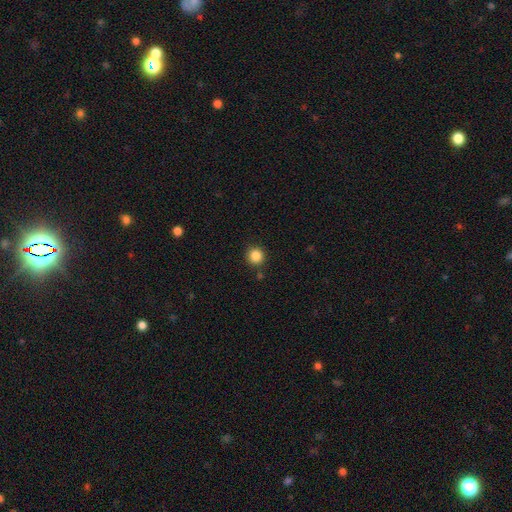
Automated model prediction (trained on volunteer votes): Morphology: type=smooth (86%); roundness=round (93%); merging=none (88%).